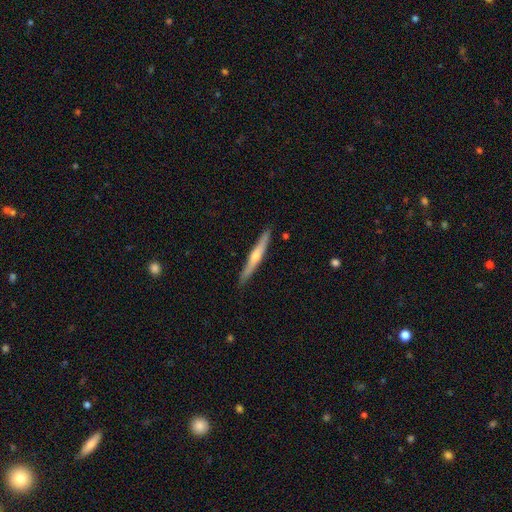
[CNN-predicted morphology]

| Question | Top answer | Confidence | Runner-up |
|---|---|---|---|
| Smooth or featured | featured or disk | 61% | smooth (33%) |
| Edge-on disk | yes | 96% | no (4%) |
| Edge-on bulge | rounded | 82% | none (14%) |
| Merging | none | 90% | minor disturbance (8%) |